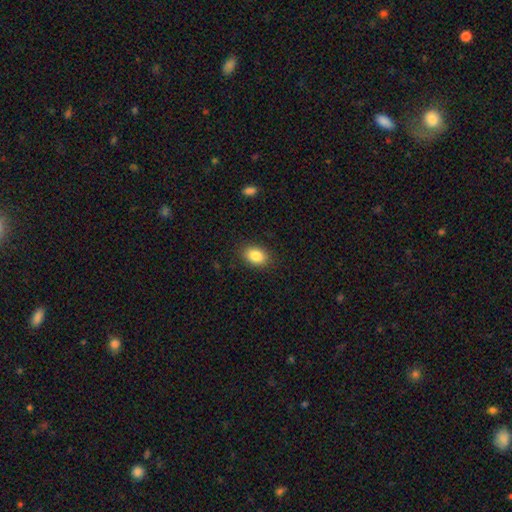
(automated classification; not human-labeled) Smooth or featured?
  - smooth: 86% *
  - star or artifact: 8%
  - featured or disk: 6%
How rounded?
  - in between: 81% *
  - round: 18%
  - cigar-shaped: 1%
Merging?
  - none: 88% *
  - minor disturbance: 9%
  - major disturbance: 3%
  - merger: 1%